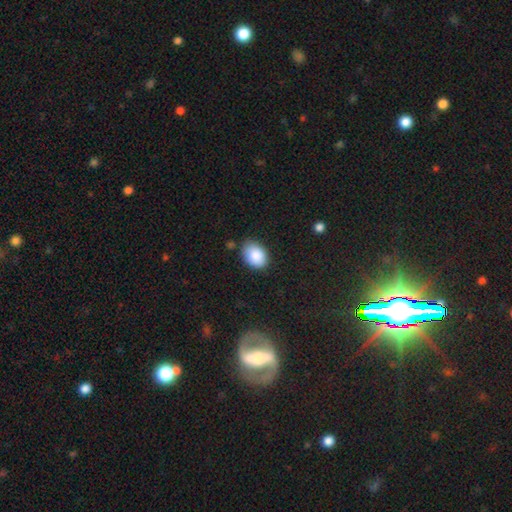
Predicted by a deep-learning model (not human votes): A smooth galaxy with no disk features (87%) that is in between round and cigar-shaped (78%).

Vote fractions:
- Smooth or featured? smooth: 87% / star or artifact: 7% / featured or disk: 6%
- How rounded? in between: 78% / round: 21% / cigar-shaped: 1%
- Merging? none: 76% / minor disturbance: 18% / major disturbance: 3% / merger: 3%